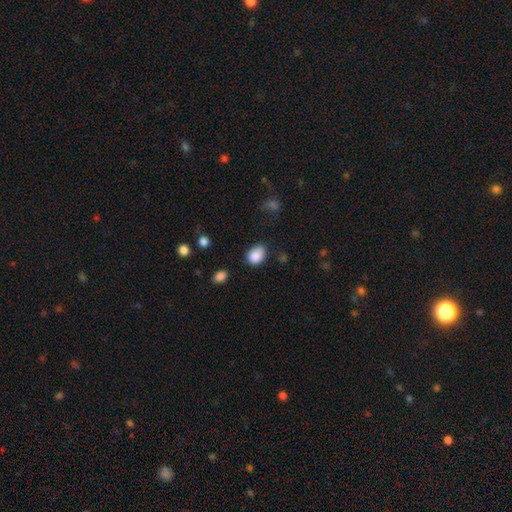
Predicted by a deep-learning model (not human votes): This appears to be a smooth galaxy with no disk features (88%) that is in between round and cigar-shaped (69%). Merging: none (67%).